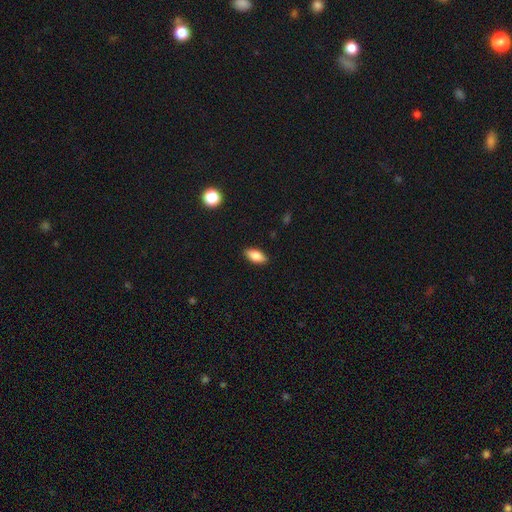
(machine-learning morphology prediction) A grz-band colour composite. It shows a smooth galaxy with no disk features (83%) that is in between round and cigar-shaped (87%). Merging: none (89%).